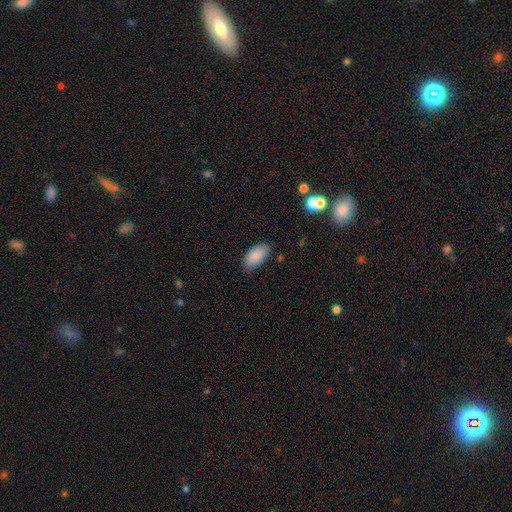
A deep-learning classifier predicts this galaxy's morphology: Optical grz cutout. It shows a smooth galaxy with no disk features (89%) that is in between round and cigar-shaped (94%). Merging: none (78%).